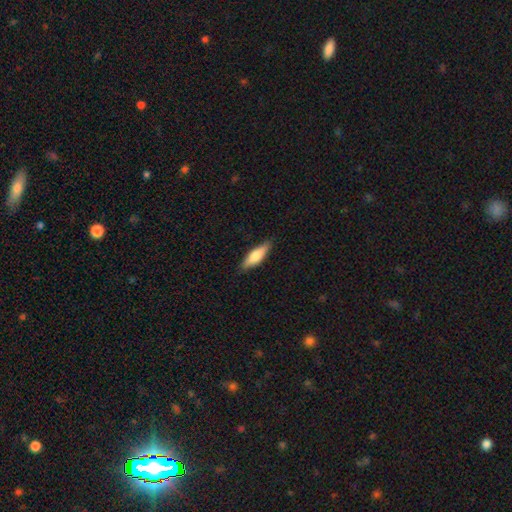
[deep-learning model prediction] A smooth galaxy with no disk features (71%) that is cigar-shaped (52%).

Vote fractions:
- Smooth or featured? smooth: 71% / featured or disk: 23% / star or artifact: 6%
- How rounded? cigar-shaped: 52% / in between: 46% / round: 2%
- Merging? none: 87% / minor disturbance: 10% / major disturbance: 2% / merger: 1%